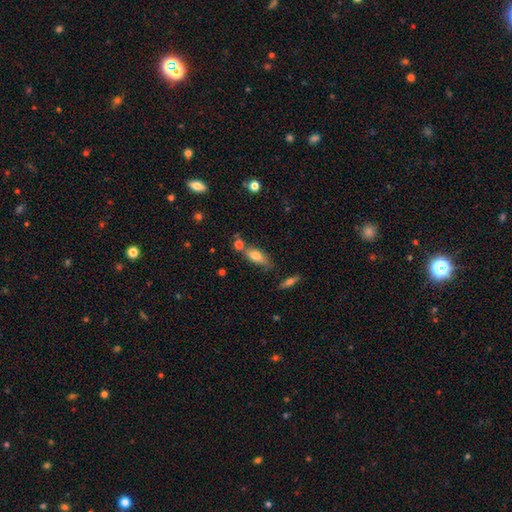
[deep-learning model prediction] Morphology: type=smooth (70%); roundness=in between (73%); merging=none (57%).